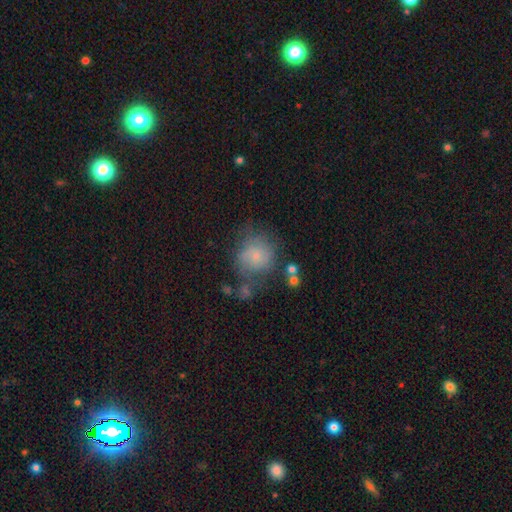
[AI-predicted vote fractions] smooth-or-featured: smooth: 61% | featured or disk: 28% | star or artifact: 11%
  how-rounded: round: 83% | in between: 16% | cigar-shaped: 1%
  merging: none: 49% | minor disturbance: 24% | major disturbance: 16% | merger: 10%